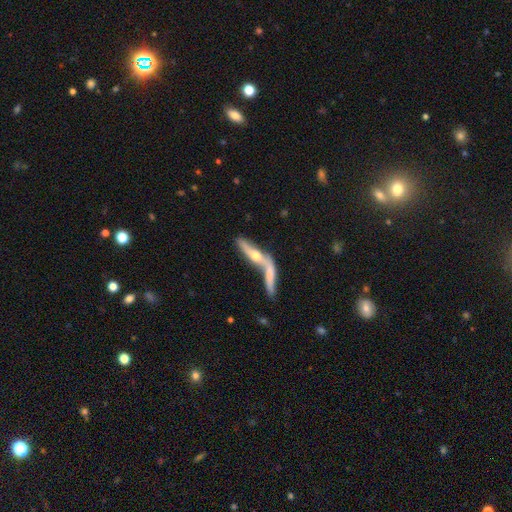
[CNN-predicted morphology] Overall: featured or disk (61%; smooth 31%). Edge-on disk: yes (73%). Merging: merger (51%; none 31%).